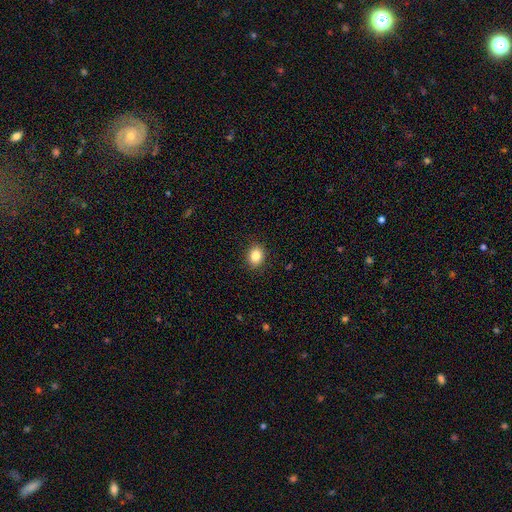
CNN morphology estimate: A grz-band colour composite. It shows a smooth galaxy with no disk features (85%) that is in between round and cigar-shaped (57%). Merging: none (89%).